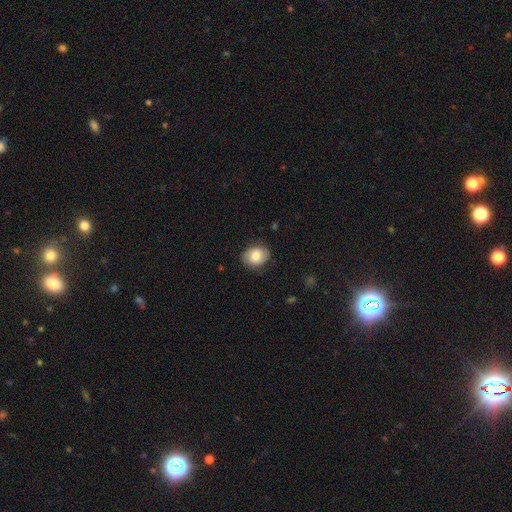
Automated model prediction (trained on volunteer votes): The model was most divided on "how rounded": in between: 54%, round: 45%, cigar-shaped: 1%. More confident: merging — none (80%); smooth or featured — smooth (68%).